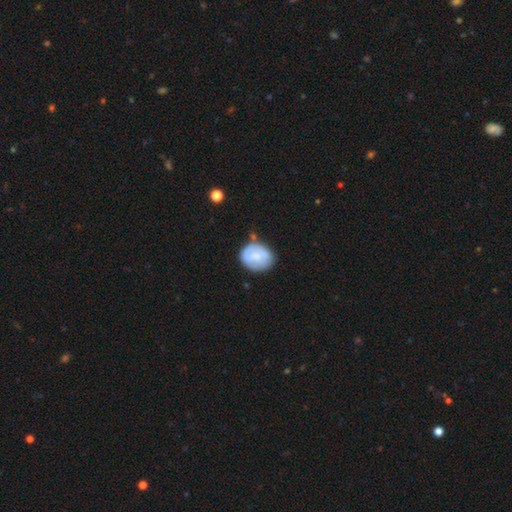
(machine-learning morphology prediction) smooth 61%, featured or disk 32%, star or artifact 7%. Down the decision tree: how rounded — round (54%); merging — none (65%).